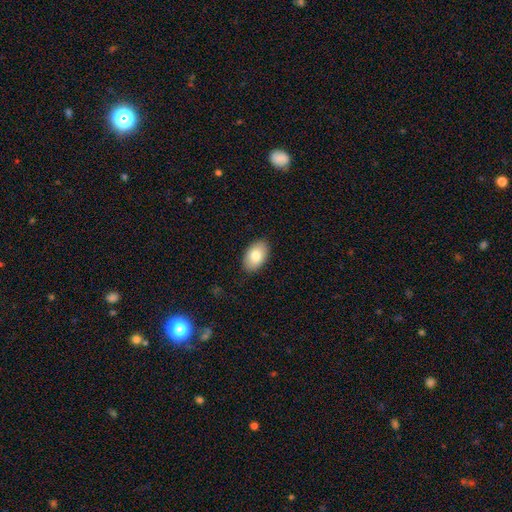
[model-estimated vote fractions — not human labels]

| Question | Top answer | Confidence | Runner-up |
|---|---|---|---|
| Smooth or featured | smooth | 82% | featured or disk (11%) |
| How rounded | in between | 93% | round (6%) |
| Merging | none | 88% | minor disturbance (9%) |